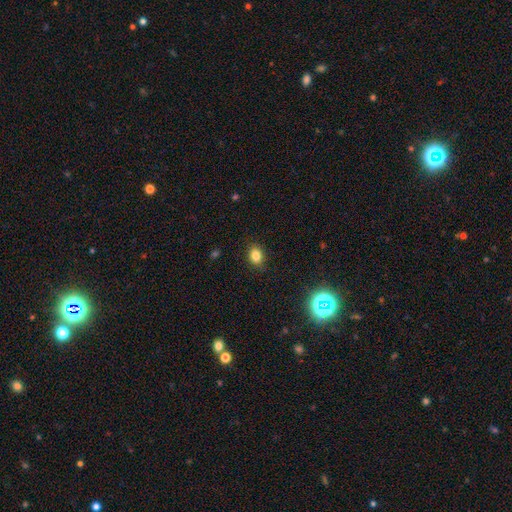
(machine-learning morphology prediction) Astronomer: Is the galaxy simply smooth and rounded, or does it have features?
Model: smooth — 82%.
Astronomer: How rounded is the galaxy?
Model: in between — 60% (runner-up: round, 39%).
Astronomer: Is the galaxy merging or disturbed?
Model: none — 86%.